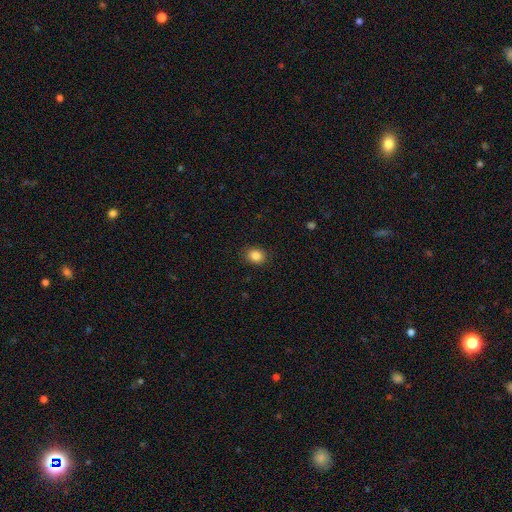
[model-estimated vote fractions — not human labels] Q: Smooth or featured?
A: smooth (86%); runner-up: star or artifact (10%)
Q: How rounded?
A: round (58%); runner-up: in between (41%)
Q: Merging?
A: none (88%); runner-up: minor disturbance (8%)